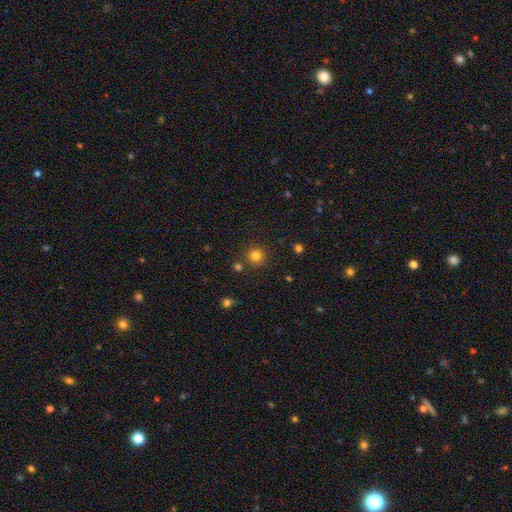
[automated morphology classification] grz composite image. It shows a smooth galaxy with no disk features (81%) that is round (94%). Merging: none (84%).